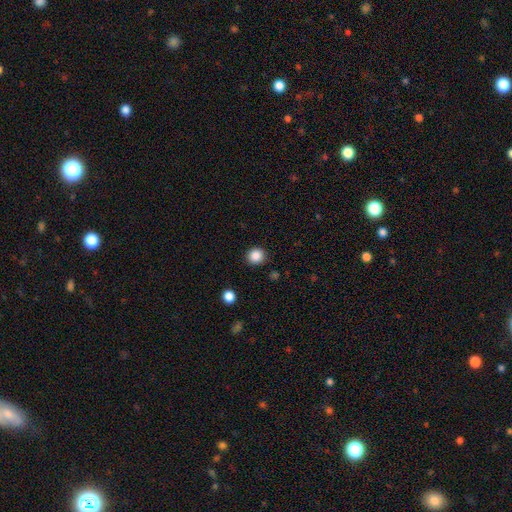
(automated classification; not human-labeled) smooth-or-featured: smooth: 86% | star or artifact: 11% | featured or disk: 3%
  how-rounded: round: 90% | in between: 9% | cigar-shaped: 1%
  merging: none: 91% | minor disturbance: 6% | major disturbance: 2% | merger: 1%